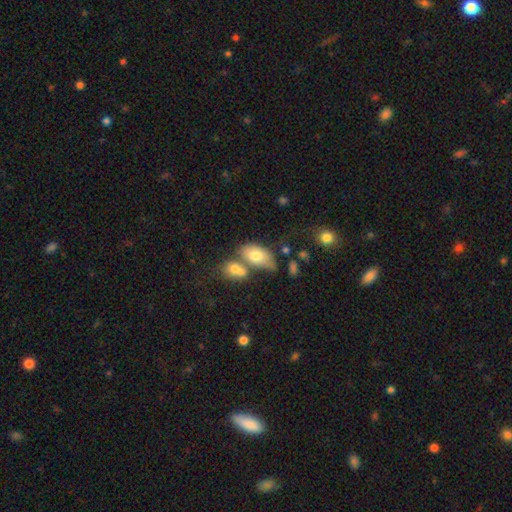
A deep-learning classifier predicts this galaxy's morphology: This appears to be a smooth galaxy with no disk features (73%) that is in between round and cigar-shaped (91%). Merging: merger (39%).